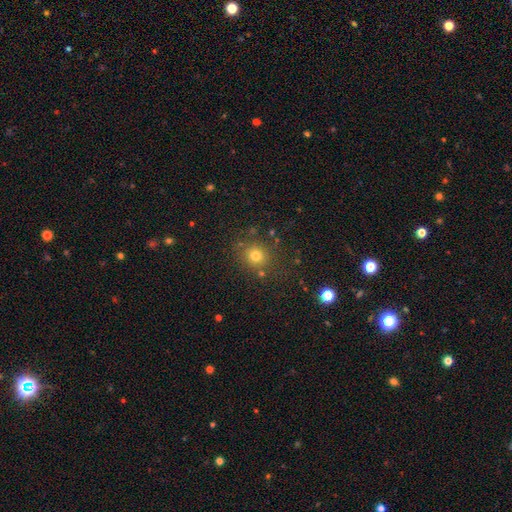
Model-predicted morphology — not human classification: Smooth or featured: smooth — 75% (star or artifact — 18%)
How rounded: round — 87% (in between — 13%)
Merging: none — 81% (minor disturbance — 10%)